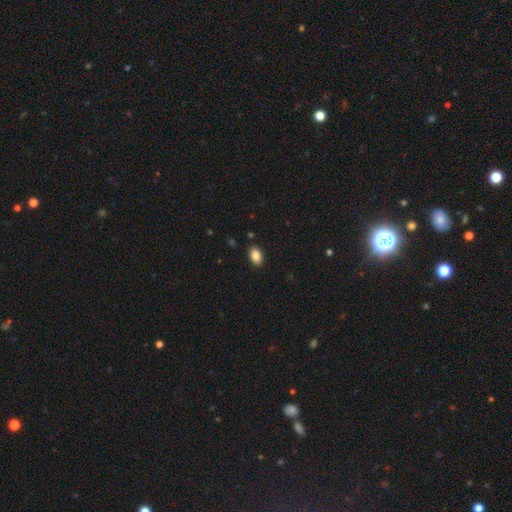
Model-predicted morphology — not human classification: Smooth or featured: smooth — 87% (star or artifact — 8%)
How rounded: in between — 87% (round — 12%)
Merging: none — 89% (minor disturbance — 8%)